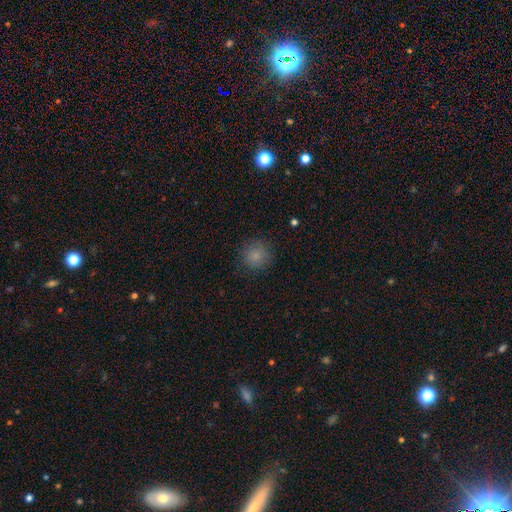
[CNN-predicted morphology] Smooth or featured? Predicted: smooth (p=0.84). How rounded? Predicted: round (p=0.92). Merging? Predicted: none (p=0.86).